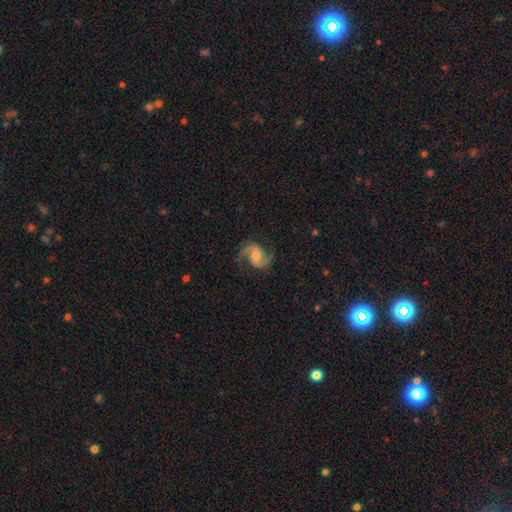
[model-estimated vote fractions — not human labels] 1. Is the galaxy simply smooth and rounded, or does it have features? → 85% featured or disk, 9% smooth, 6% star or artifact.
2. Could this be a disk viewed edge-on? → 98% no, 2% yes.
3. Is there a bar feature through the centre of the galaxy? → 46% weak, 39% no, 15% strong.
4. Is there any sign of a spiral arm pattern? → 97% yes, 3% no.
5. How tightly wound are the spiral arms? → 49% medium, 39% loose, 11% tight.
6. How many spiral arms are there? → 92% 2, 2% can't tell, 2% 1, 1% 3, 1% 4, 1% more than 4.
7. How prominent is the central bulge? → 62% moderate, 27% small, 7% large, 3% none, 1% dominant.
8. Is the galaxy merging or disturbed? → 77% none, 15% minor disturbance, 7% major disturbance, 1% merger.